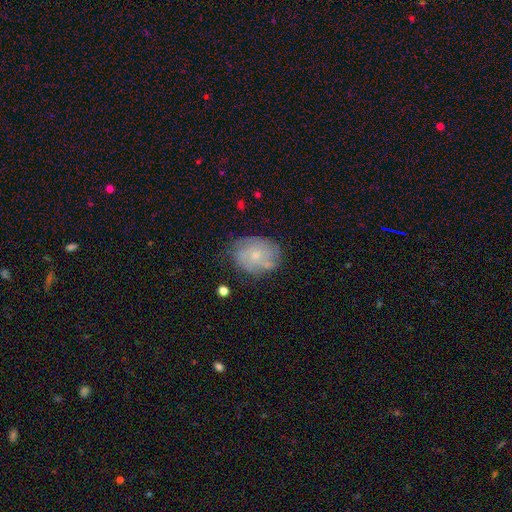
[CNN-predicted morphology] Overall: featured or disk (52%; smooth 39%). Edge-on disk: no (97%). Bar: no (85%). Spiral arms: yes (68%; no 32%). Bulge size: small (73%). Merging: none (64%).